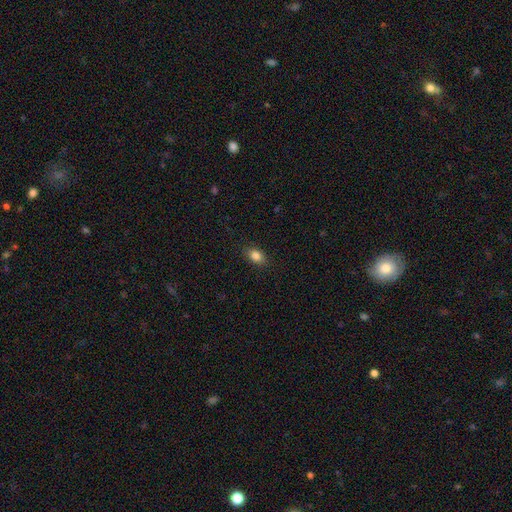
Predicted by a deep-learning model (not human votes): Q: Smooth or featured?
A: smooth (84%); runner-up: star or artifact (9%)
Q: How rounded?
A: in between (81%); runner-up: round (17%)
Q: Merging?
A: none (87%); runner-up: minor disturbance (9%)